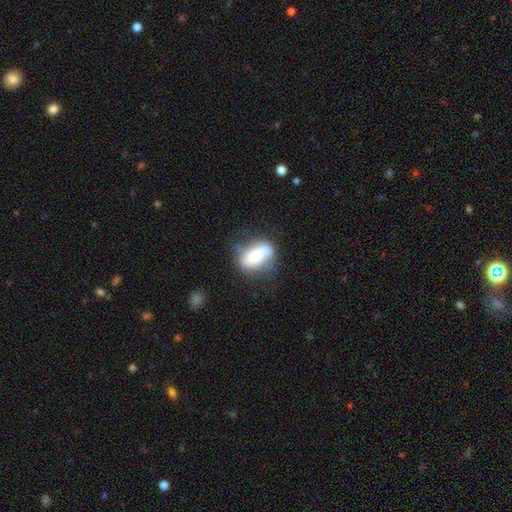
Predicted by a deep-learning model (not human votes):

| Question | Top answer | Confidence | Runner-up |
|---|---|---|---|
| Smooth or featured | smooth | 58% | featured or disk (34%) |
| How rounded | in between | 79% | round (11%) |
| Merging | none | 53% | minor disturbance (28%) |